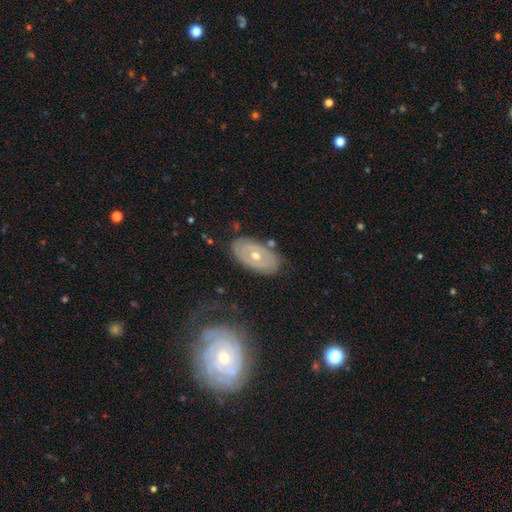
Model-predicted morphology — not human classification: A featured or disk galaxy (66%) with no bar (77%), no spiral arms (54%) and a moderate central bulge (59%). Merging: none (77%).